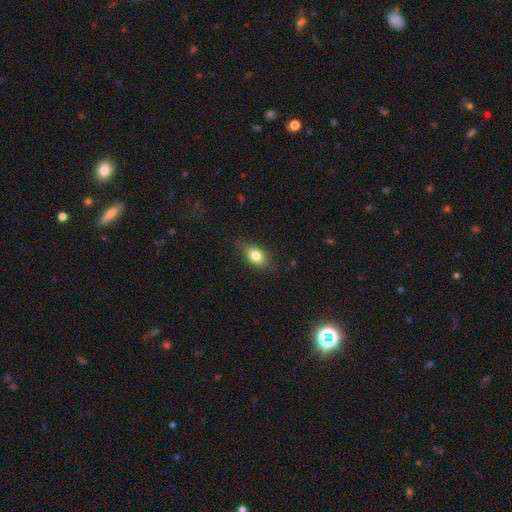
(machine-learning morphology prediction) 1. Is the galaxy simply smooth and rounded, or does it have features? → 79% smooth, 12% featured or disk, 9% star or artifact.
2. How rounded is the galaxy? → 76% in between, 21% round, 4% cigar-shaped.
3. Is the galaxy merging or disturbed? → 77% none, 18% minor disturbance, 4% major disturbance, 1% merger.